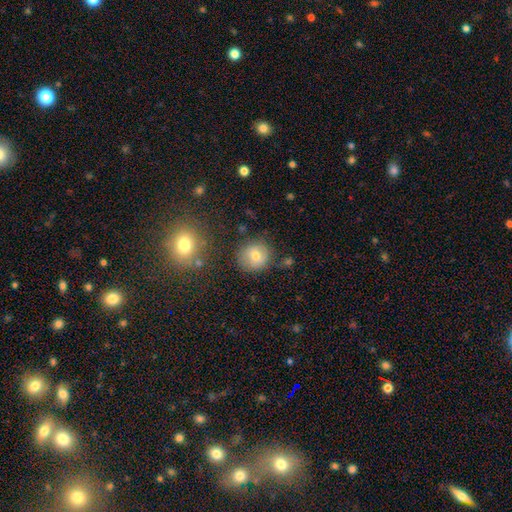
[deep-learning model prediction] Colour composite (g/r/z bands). It shows a smooth galaxy with no disk features (73%) that is round (88%). Merging: none (79%).